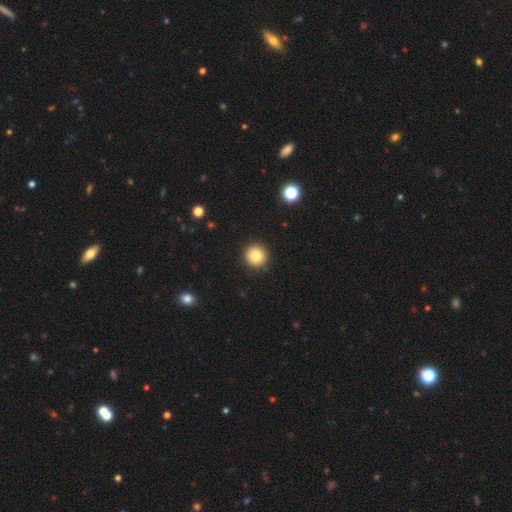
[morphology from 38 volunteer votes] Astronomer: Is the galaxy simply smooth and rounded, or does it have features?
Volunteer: smooth — 82%.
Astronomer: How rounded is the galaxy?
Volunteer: round — 100%.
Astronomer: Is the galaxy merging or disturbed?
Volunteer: none — 91%.